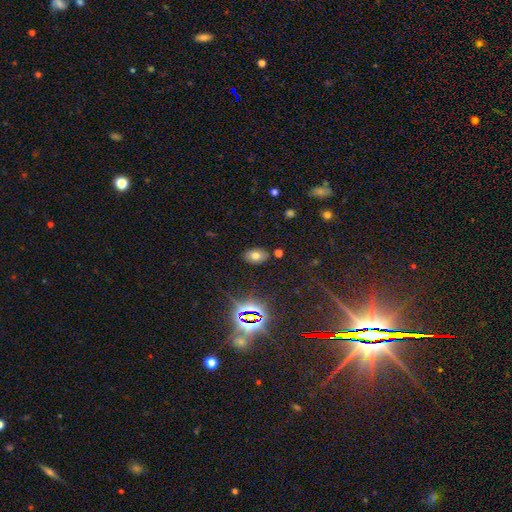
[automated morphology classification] type=smooth (64%); roundness=in between (89%); merging=none (84%).